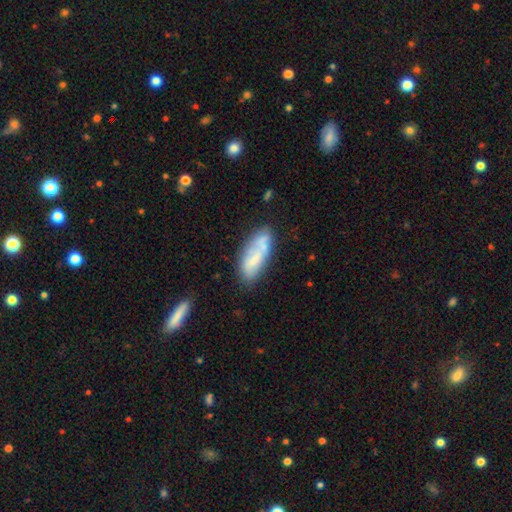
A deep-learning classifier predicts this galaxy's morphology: smooth 53%, featured or disk 40%, star or artifact 7%. Down the decision tree: how rounded — in between (74%); merging — none (59%).